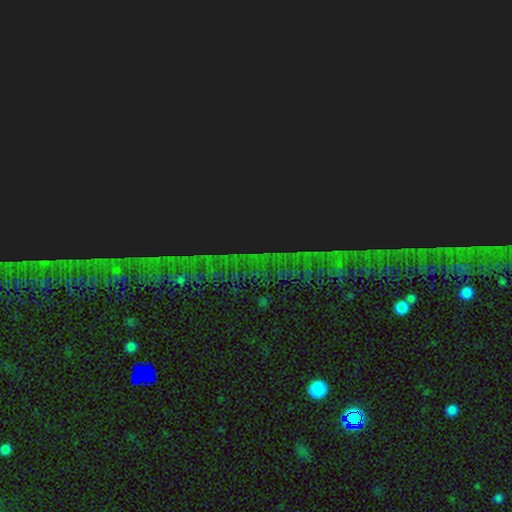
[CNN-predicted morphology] smooth_or_featured: star or artifact (p=0.85) [alt: smooth p=0.08]